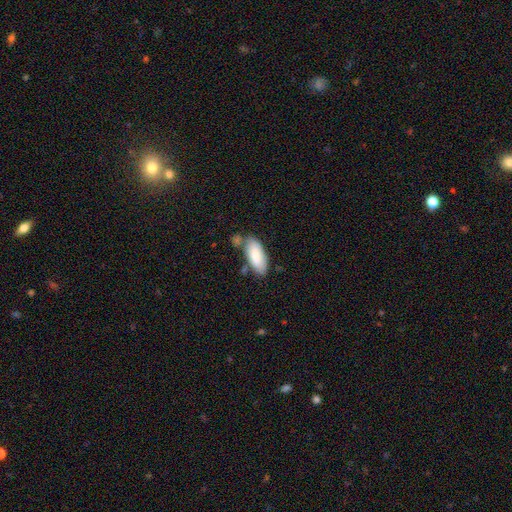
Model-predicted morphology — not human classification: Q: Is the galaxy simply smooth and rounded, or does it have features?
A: smooth — 84%.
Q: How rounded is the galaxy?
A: in between — 83%.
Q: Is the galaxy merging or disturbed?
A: none — 64%.